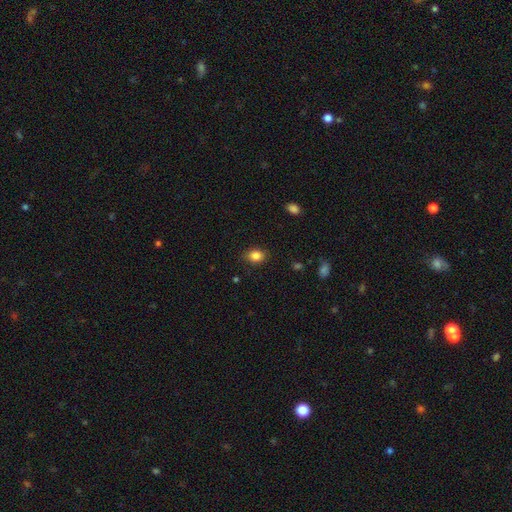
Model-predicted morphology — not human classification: Smooth or featured? smooth (85%)
How rounded? in between (56%)
Merging? none (83%)